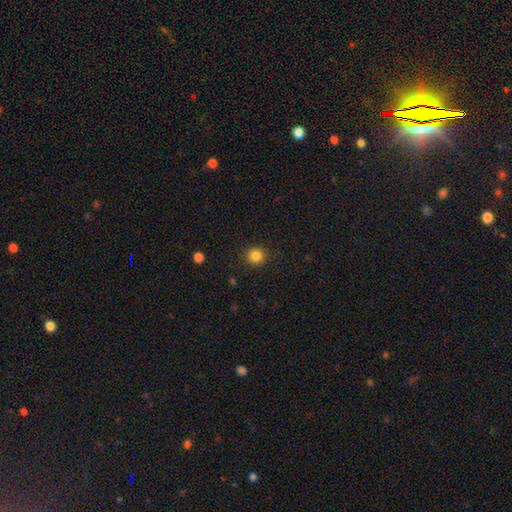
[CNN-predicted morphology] Smooth or featured: smooth — 85% (star or artifact — 11%)
How rounded: round — 92% (in between — 7%)
Merging: none — 90% (minor disturbance — 7%)